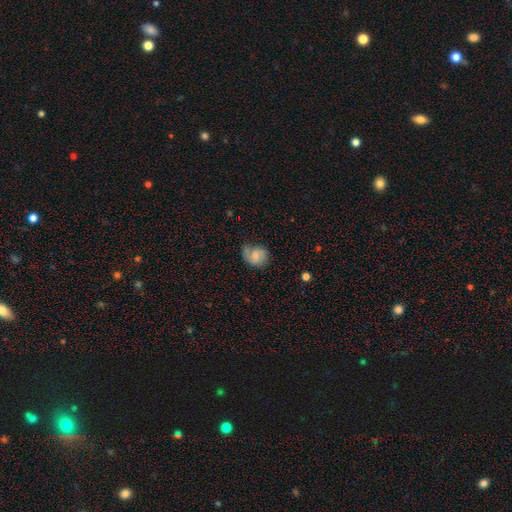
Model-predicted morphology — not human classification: The model was most divided on "smooth or featured": smooth: 53%, featured or disk: 39%, star or artifact: 8%. More confident: how rounded — round (58%); merging — none (55%).